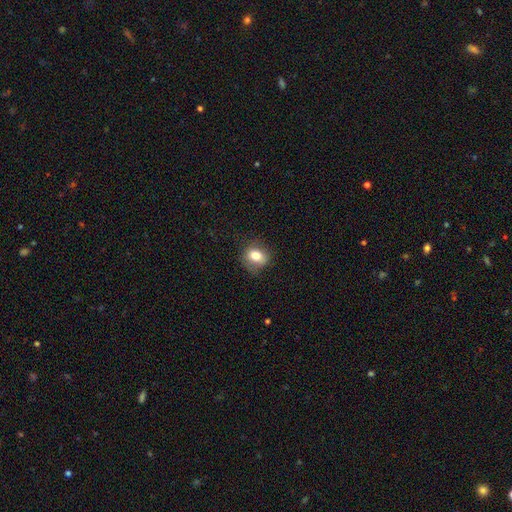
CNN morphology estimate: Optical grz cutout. It shows a smooth galaxy with no disk features (78%) that is round (54%). Merging: none (72%).